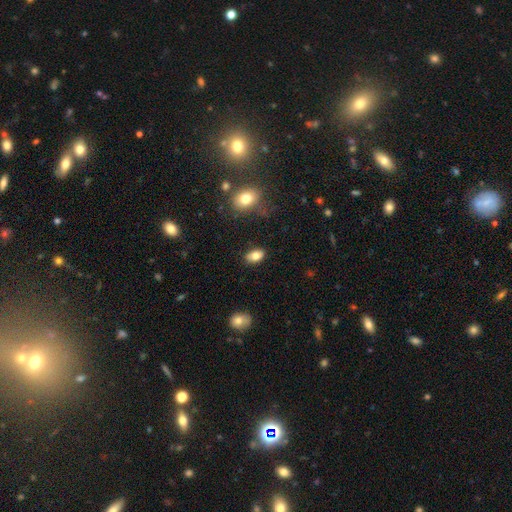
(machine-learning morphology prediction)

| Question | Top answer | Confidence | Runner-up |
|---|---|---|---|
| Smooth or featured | smooth | 82% | featured or disk (10%) |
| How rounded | in between | 90% | round (8%) |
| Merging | none | 85% | minor disturbance (10%) |